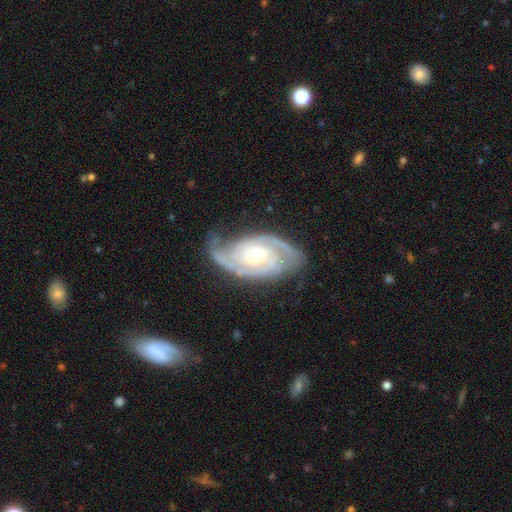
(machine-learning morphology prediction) A featured or disk galaxy (92%) with no bar (53%), 2 (70%) tight (60%) spiral arms (98%) and a moderate central bulge (56%). Merging: none (72%).